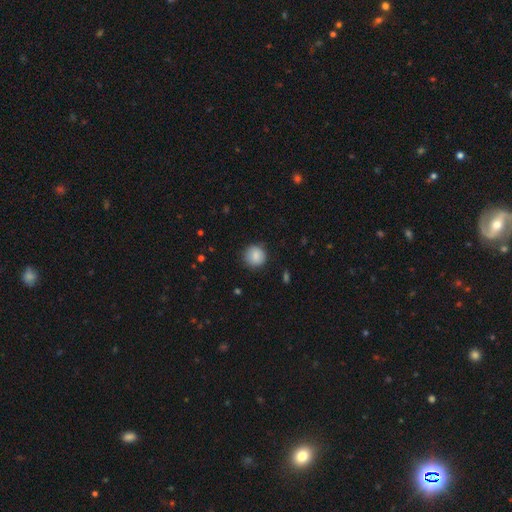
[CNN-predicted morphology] smooth_or_featured: smooth (p=0.87) [alt: star or artifact p=0.08]
how_rounded: round (p=0.92) [alt: in between p=0.07]
merging: none (p=0.86) [alt: minor disturbance p=0.10]